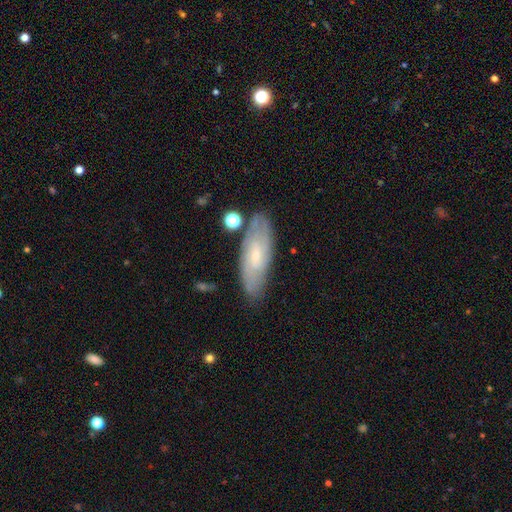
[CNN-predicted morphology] This is possibly a featured or disk galaxy (59%). It is clearly not viewed edge-on (82%). Merging: likely none (75%).